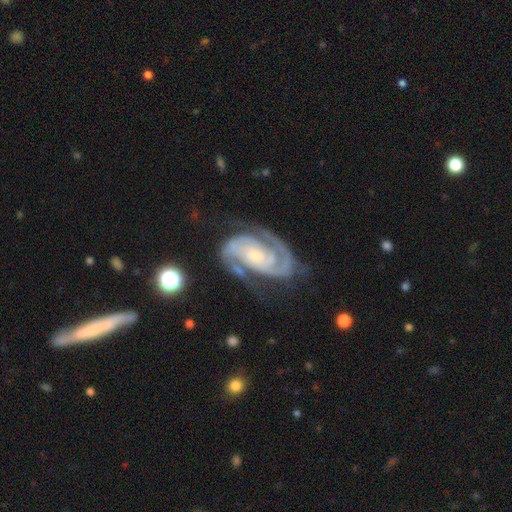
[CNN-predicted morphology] This appears to be a featured or disk galaxy (93%) with no bar (56%), 2 (90%) tight (54%) spiral arms (98%) and a small central bulge (65%). Merging: none (72%).